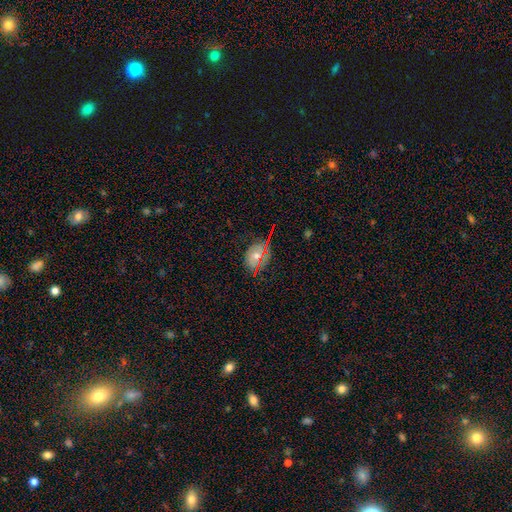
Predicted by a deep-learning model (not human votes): Overall: smooth (53%; star or artifact 30%). How rounded: round (52%; in between 46%). Merging: none (78%).